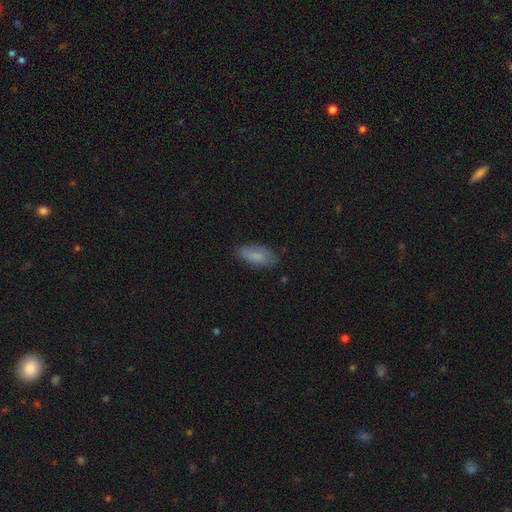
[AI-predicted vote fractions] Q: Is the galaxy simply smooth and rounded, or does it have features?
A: smooth — 81%.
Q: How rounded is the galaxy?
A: in between — 81%.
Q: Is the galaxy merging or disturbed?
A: none — 77%.